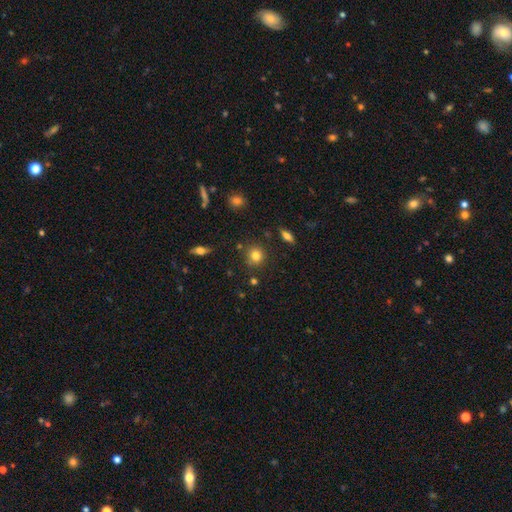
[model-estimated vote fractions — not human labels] smooth 79%, star or artifact 12%, featured or disk 9%. Down the decision tree: how rounded — round (88%); merging — none (81%).